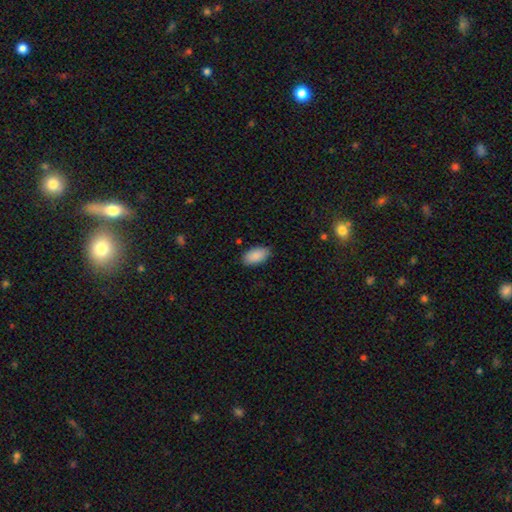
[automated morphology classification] This appears to be a smooth galaxy with no disk features (90%) that is in between round and cigar-shaped (95%). Merging: none (86%).